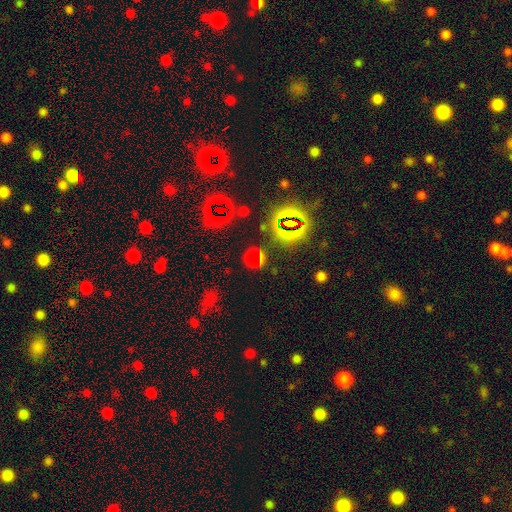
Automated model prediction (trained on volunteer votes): This is possibly a smooth galaxy (50%). Merging: likely none (77%).